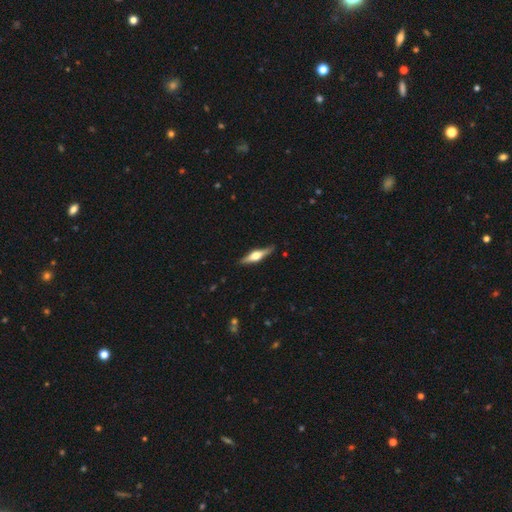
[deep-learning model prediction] This appears to be a featured or disk galaxy (67%) viewed edge-on (96%) with a rounded central bulge (92%). Merging: none (86%).